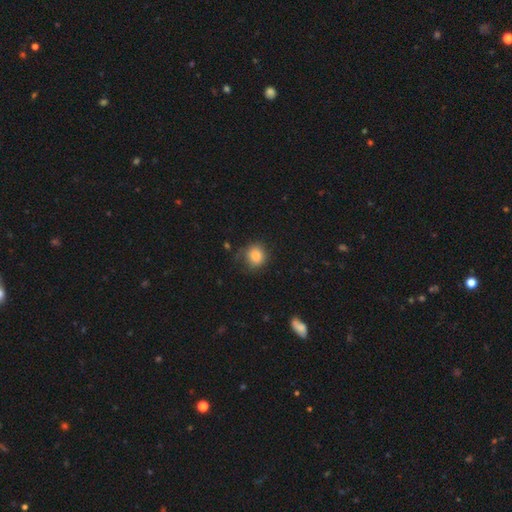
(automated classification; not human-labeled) The model was most divided on "merging": none: 66%, minor disturbance: 24%, major disturbance: 7%, merger: 2%. More confident: smooth or featured — smooth (85%); how rounded — round (83%).